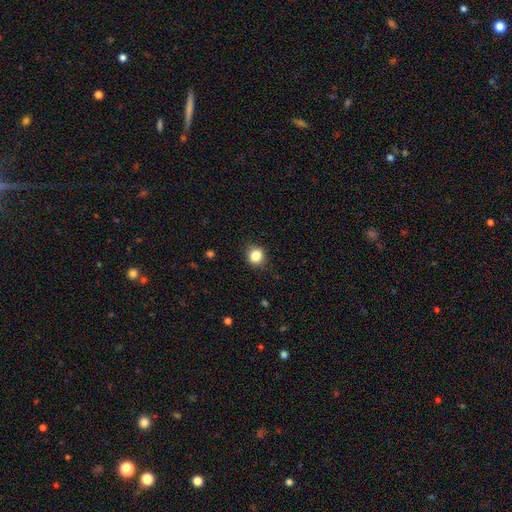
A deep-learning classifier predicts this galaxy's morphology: Smooth or featured: smooth — 84% (star or artifact — 10%)
How rounded: round — 81% (in between — 18%)
Merging: none — 88% (minor disturbance — 9%)